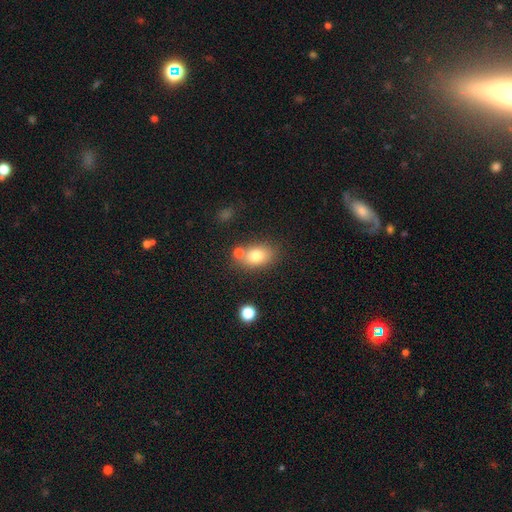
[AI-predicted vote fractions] A smooth galaxy with no disk features (76%) that is in between round and cigar-shaped (76%).

Vote fractions:
- Smooth or featured? smooth: 76% / featured or disk: 13% / star or artifact: 10%
- How rounded? in between: 76% / round: 22% / cigar-shaped: 2%
- Merging? none: 64% / merger: 19% / minor disturbance: 13% / major disturbance: 4%